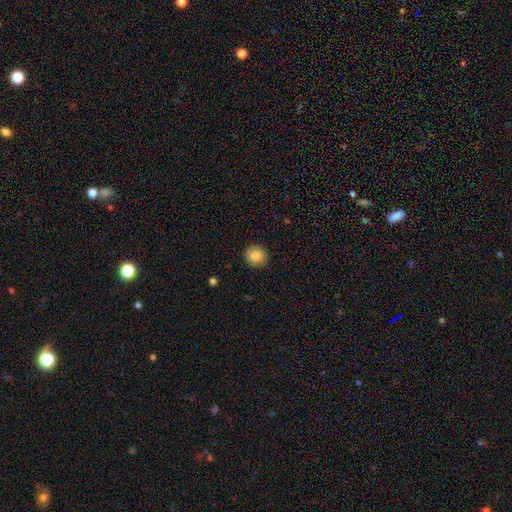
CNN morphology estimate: type=smooth (80%); roundness=round (78%); merging=none (90%).